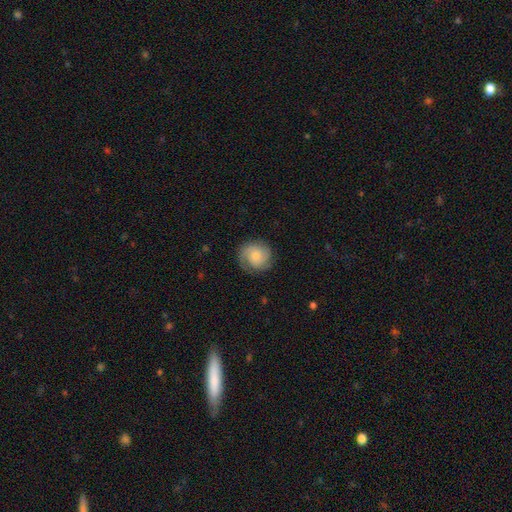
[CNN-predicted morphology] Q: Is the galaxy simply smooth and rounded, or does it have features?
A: featured or disk — 55%.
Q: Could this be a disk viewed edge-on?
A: no — 98%.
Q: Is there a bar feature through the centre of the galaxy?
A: no — 75%.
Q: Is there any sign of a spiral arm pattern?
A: yes — 93%.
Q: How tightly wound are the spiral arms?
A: tight — 52%.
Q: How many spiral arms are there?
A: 2 — 42%.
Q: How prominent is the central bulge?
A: small — 41%.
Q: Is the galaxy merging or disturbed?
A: none — 78%.